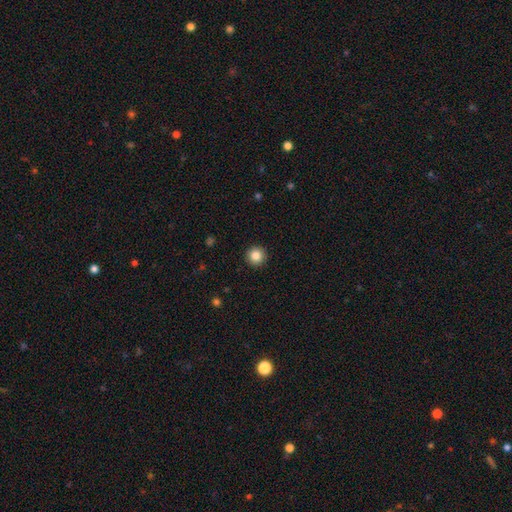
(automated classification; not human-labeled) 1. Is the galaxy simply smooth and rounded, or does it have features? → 85% smooth, 10% star or artifact, 5% featured or disk.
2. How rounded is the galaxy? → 96% round, 3% in between, 1% cigar-shaped.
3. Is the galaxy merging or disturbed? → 93% none, 4% minor disturbance, 1% major disturbance, 1% merger.